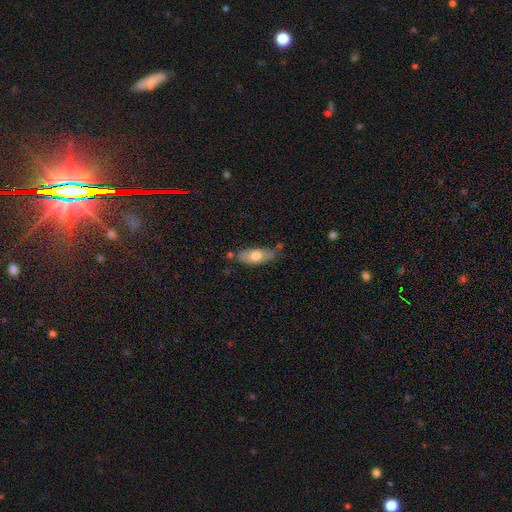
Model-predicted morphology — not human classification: This appears to be a smooth galaxy with no disk features (66%) that is in between round and cigar-shaped (84%). Merging: none (63%).